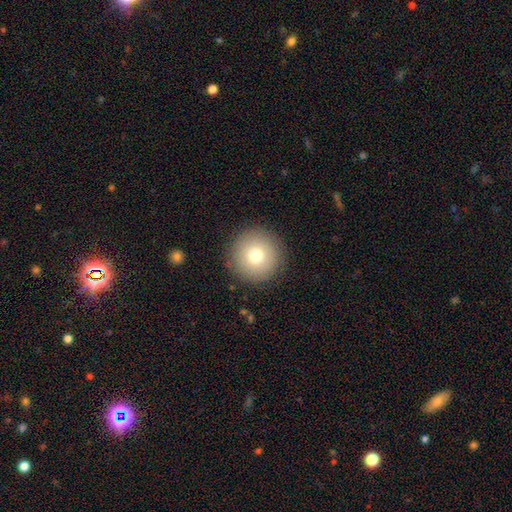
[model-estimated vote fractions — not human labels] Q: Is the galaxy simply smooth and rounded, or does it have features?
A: smooth — 75%.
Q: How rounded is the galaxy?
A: round — 96%.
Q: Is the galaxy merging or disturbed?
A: none — 90%.